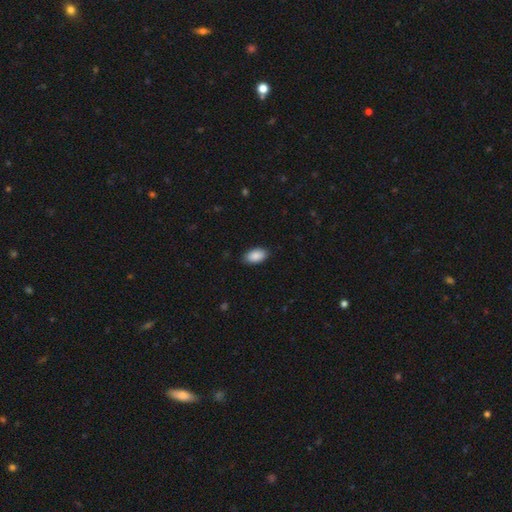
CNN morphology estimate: Overall: smooth (90%). How rounded: in between (95%). Merging: none (86%).